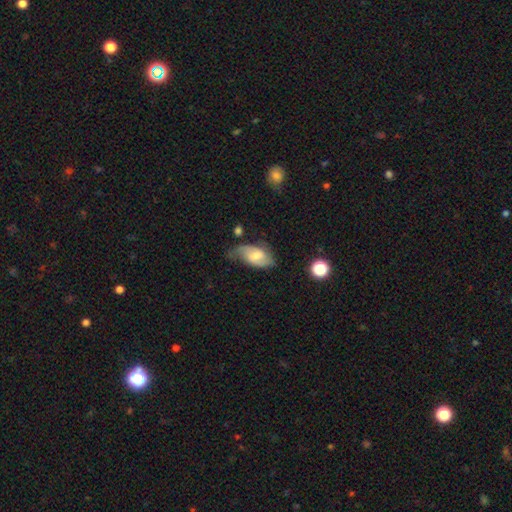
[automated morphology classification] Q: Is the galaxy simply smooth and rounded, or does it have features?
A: featured or disk — 52%.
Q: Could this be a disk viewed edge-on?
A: no — 93%.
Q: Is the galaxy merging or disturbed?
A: none — 48%.